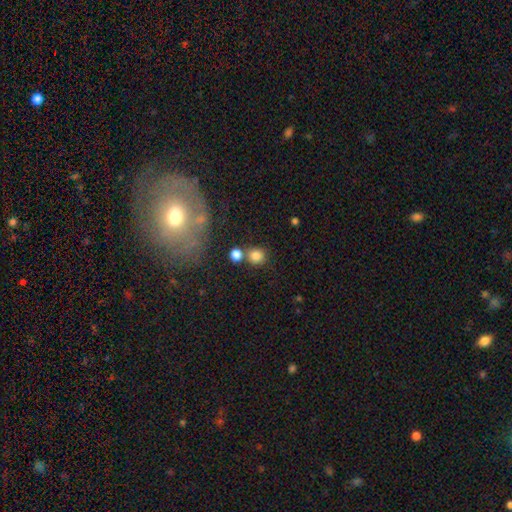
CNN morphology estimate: smooth_or_featured: smooth (p=0.82) [alt: star or artifact p=0.12]
how_rounded: round (p=0.87) [alt: in between p=0.12]
merging: none (p=0.67) [alt: merger p=0.19]